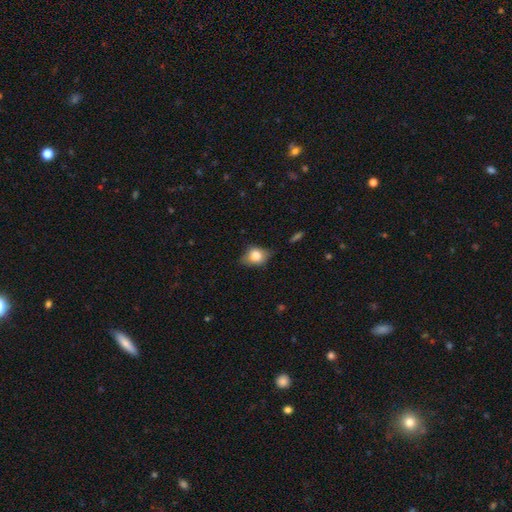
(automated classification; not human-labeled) This is likely a smooth galaxy (72%). How rounded: likely in between (60%). Merging: likely none (63%).